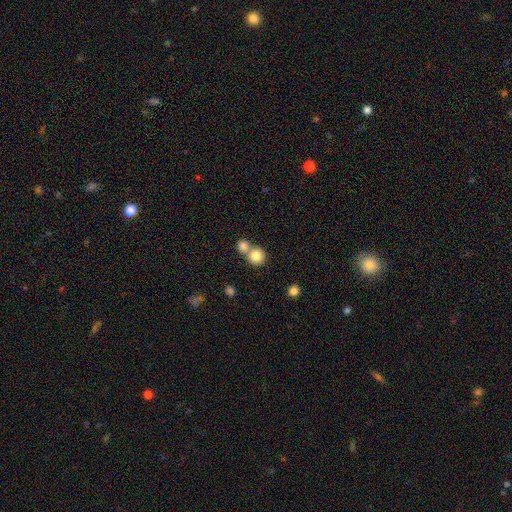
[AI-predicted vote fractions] This appears to be a smooth galaxy with no disk features (83%) that is round (89%). Merging: merger (46%).